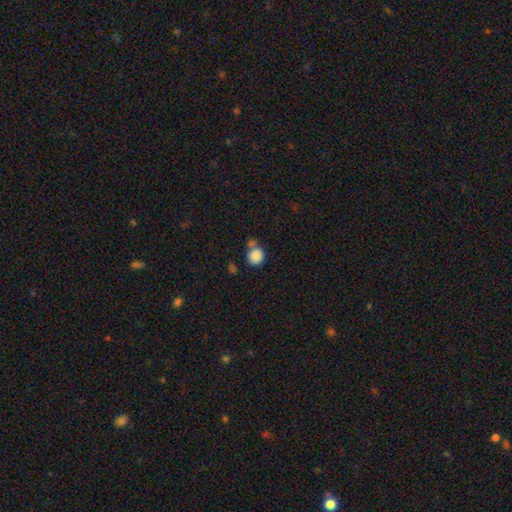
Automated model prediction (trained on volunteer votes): smooth_or_featured: smooth (p=0.86) [alt: star or artifact p=0.09]
how_rounded: round (p=0.84) [alt: in between p=0.15]
merging: none (p=0.53) [alt: merger p=0.28]